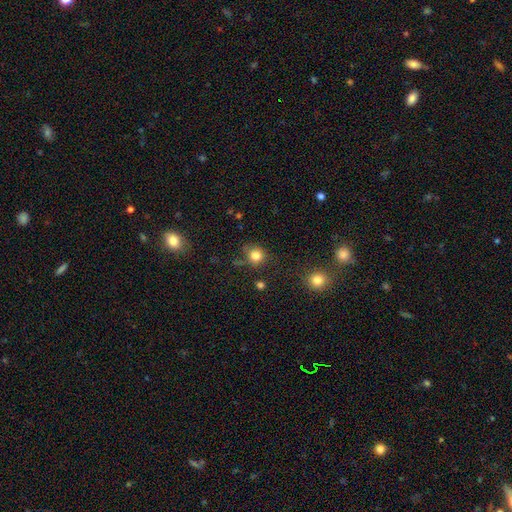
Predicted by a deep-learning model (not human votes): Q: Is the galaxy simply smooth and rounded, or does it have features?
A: smooth — 81%.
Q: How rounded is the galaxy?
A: round — 87%.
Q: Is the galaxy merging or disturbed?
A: none — 75%.